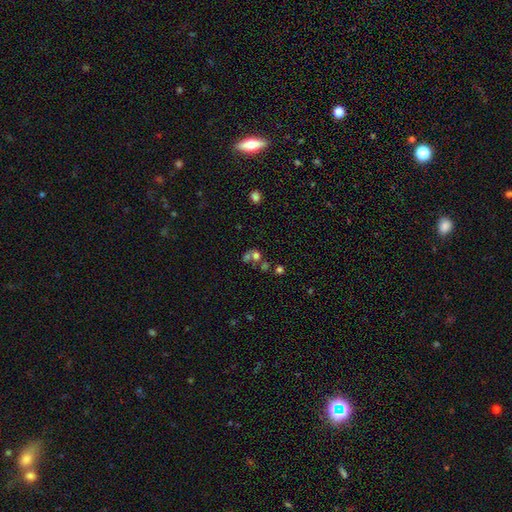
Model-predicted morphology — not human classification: Smooth or featured? Predicted: smooth (p=0.61). How rounded? Predicted: round (p=0.69). Merging? Predicted: merger (p=0.51).